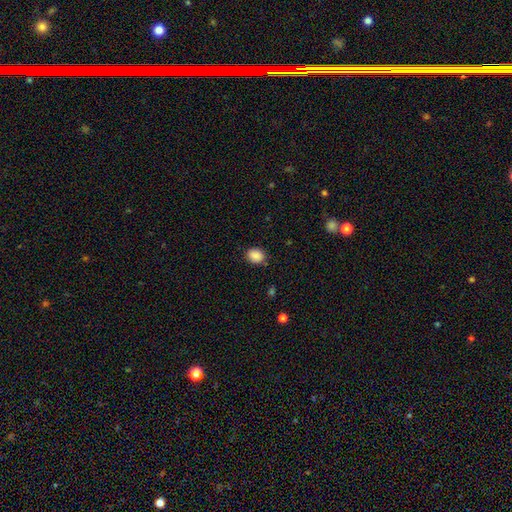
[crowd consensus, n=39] Smooth or featured? smooth (92%)
How rounded? round (58%)
Merging? none (89%)